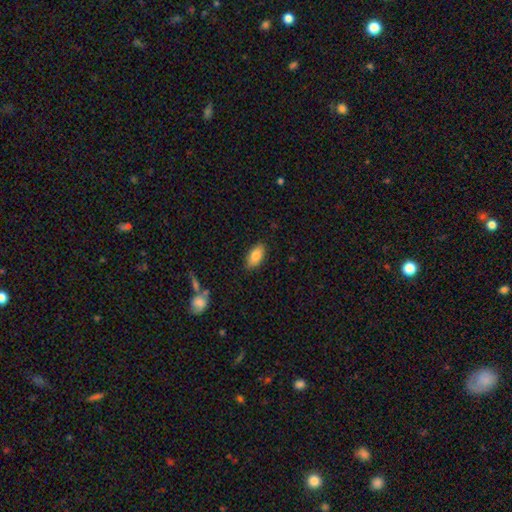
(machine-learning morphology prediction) This is clearly a smooth galaxy (83%). How rounded: clearly in between (92%). Merging: clearly none (86%).